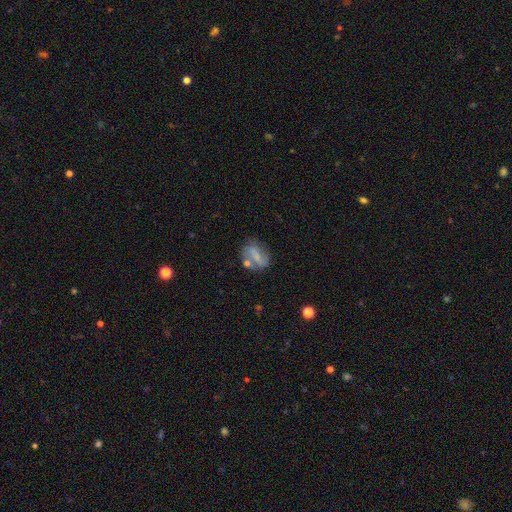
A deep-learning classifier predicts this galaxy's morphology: Smooth or featured? Predicted: smooth (p=0.49). Merging? Predicted: none (p=0.56).